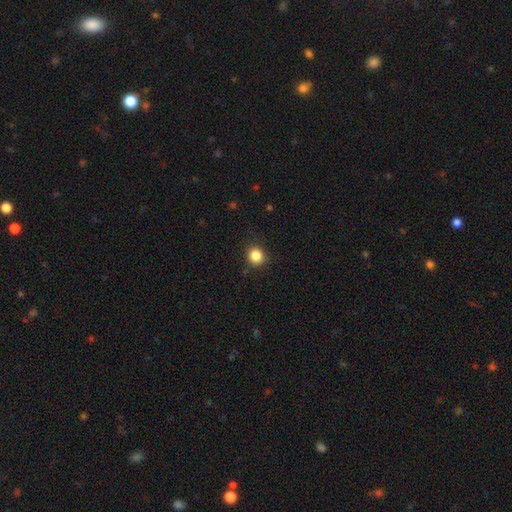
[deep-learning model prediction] Morphology: type=smooth (86%); roundness=round (87%); merging=none (89%).